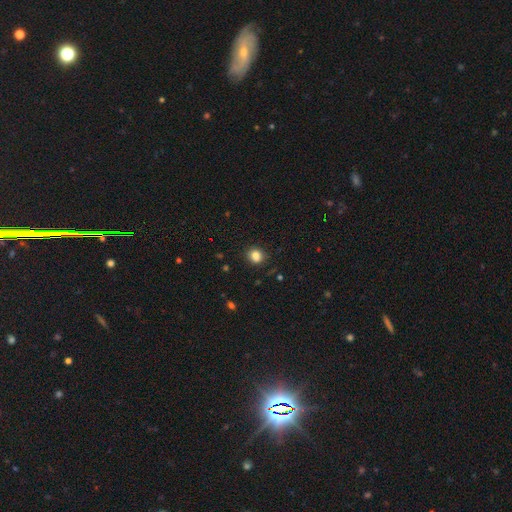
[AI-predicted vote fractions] A smooth galaxy with no disk features (83%) that is round (79%). Merging: none (86%).